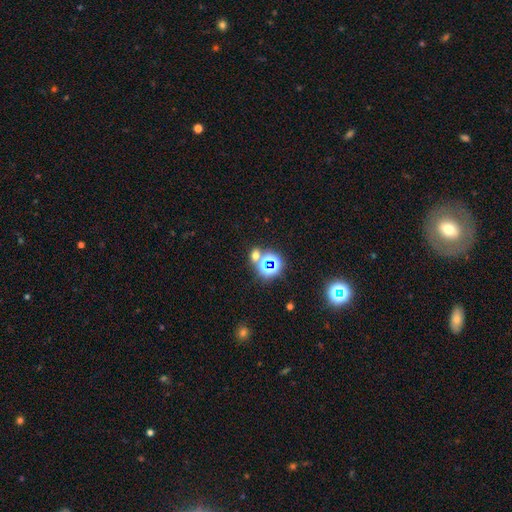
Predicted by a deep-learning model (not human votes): smooth_or_featured: star or artifact (p=0.47) [alt: smooth p=0.44]